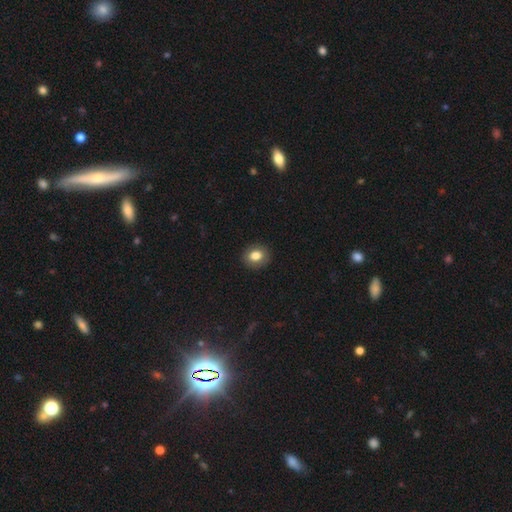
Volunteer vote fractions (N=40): This is clearly a smooth galaxy (80%). How rounded: likely round (66%). Merging: clearly none (84%).